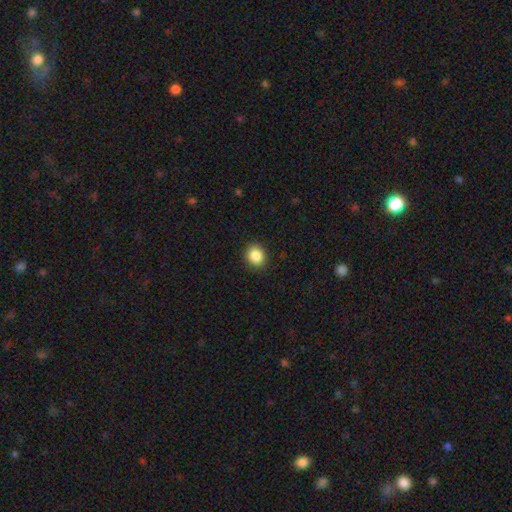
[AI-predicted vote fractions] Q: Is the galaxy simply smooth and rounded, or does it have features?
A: smooth — 86%.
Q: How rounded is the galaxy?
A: round — 70%.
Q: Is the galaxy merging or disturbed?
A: none — 91%.